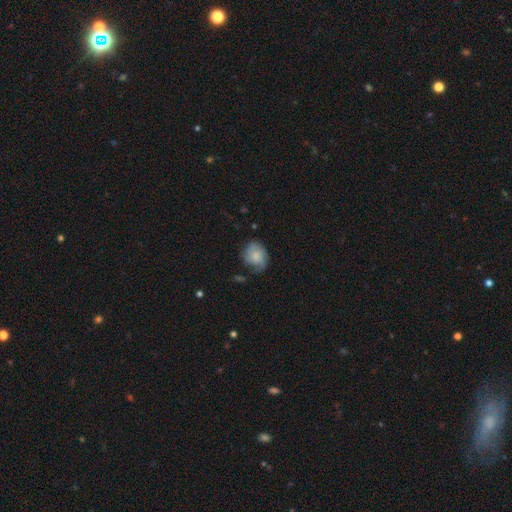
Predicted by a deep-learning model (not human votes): smooth_or_featured: smooth (p=0.66) [alt: featured or disk p=0.26]
how_rounded: round (p=0.57) [alt: in between p=0.42]
merging: none (p=0.52) [alt: minor disturbance p=0.32]